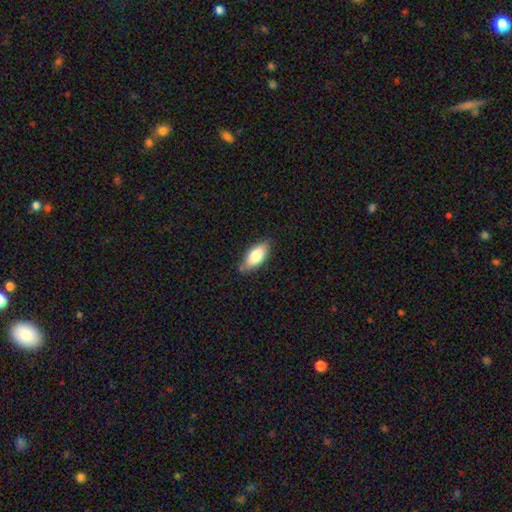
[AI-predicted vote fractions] smooth_or_featured: smooth (p=0.78) [alt: featured or disk p=0.15]
how_rounded: in between (p=0.85) [alt: cigar-shaped p=0.13]
merging: none (p=0.77) [alt: minor disturbance p=0.18]